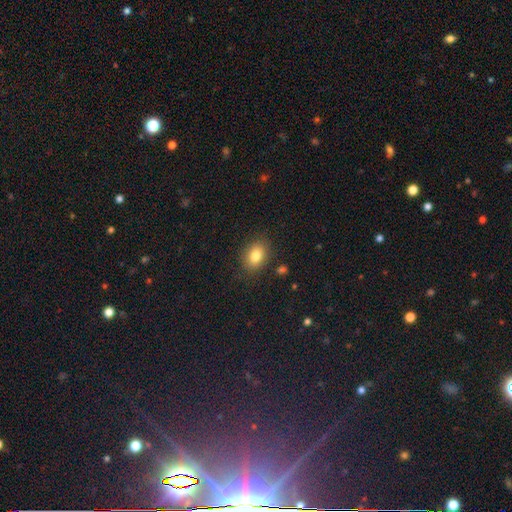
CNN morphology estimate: This appears to be a smooth galaxy with no disk features (82%) that is in between round and cigar-shaped (69%). Merging: none (85%).